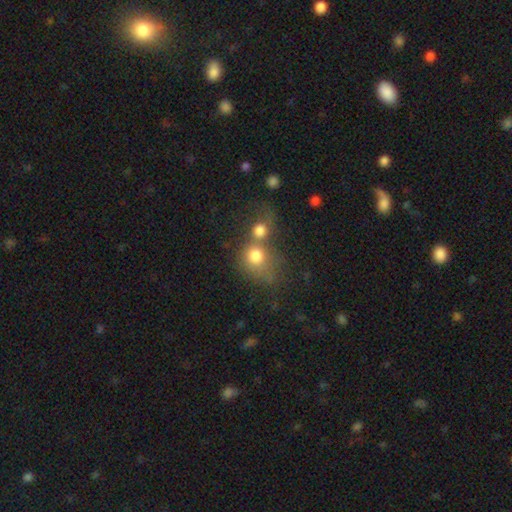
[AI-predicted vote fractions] A smooth galaxy with no disk features (74%) that is round (74%).

Vote fractions:
- Smooth or featured? smooth: 74% / featured or disk: 14% / star or artifact: 12%
- How rounded? round: 74% / in between: 25% / cigar-shaped: 1%
- Merging? merger: 61% / none: 24% / minor disturbance: 8% / major disturbance: 8%